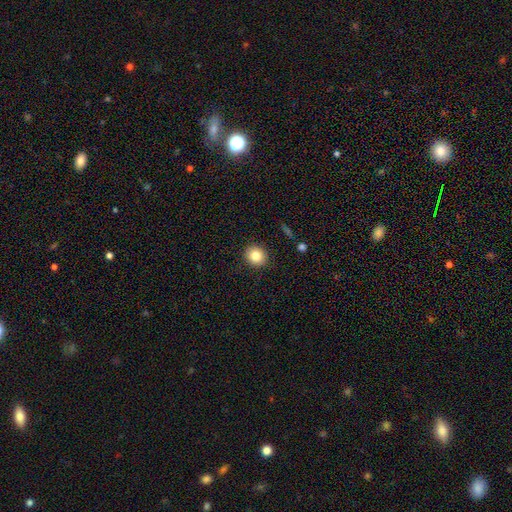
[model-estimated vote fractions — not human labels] Smooth or featured? smooth (82%)
How rounded? round (78%)
Merging? none (90%)